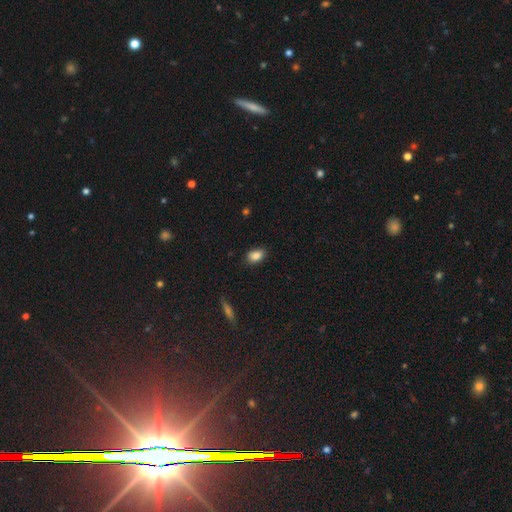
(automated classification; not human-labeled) Smooth or featured?
  - smooth: 86% *
  - star or artifact: 8%
  - featured or disk: 5%
How rounded?
  - in between: 86% *
  - round: 11%
  - cigar-shaped: 3%
Merging?
  - none: 83% *
  - minor disturbance: 14%
  - major disturbance: 2%
  - merger: 1%